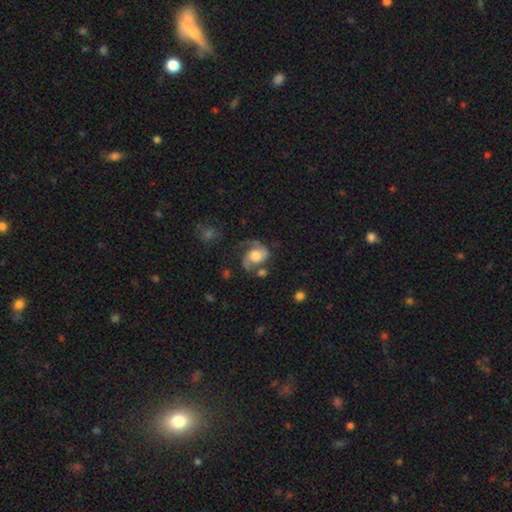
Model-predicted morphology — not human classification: A featured or disk galaxy (82%) with no bar (67%), 2 (87%) medium (53%) spiral arms (95%) and a moderate central bulge (46%). Merging: none (53%).